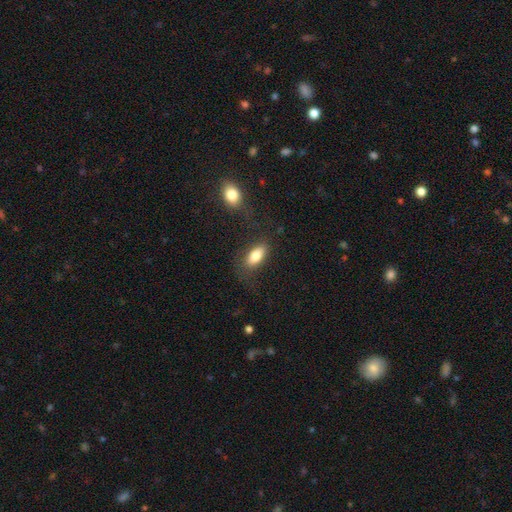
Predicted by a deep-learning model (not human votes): The model was most divided on "merging": none: 74%, minor disturbance: 16%, major disturbance: 7%, merger: 4%. More confident: how rounded — in between (86%); smooth or featured — smooth (80%).